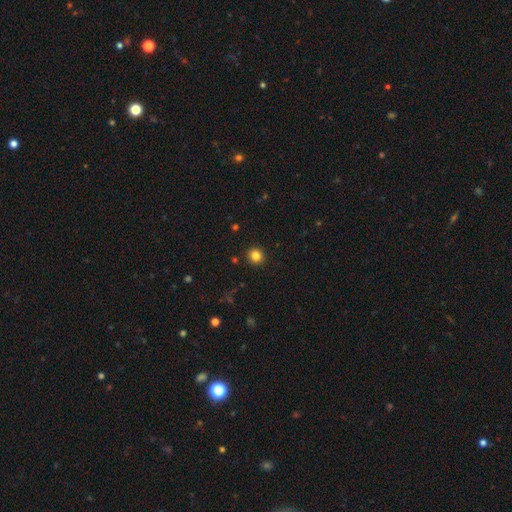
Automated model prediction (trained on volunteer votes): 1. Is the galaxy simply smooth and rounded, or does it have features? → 83% smooth, 12% star or artifact, 5% featured or disk.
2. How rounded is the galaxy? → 91% round, 8% in between, 1% cigar-shaped.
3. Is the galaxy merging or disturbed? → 92% none, 5% minor disturbance, 2% major disturbance, 1% merger.